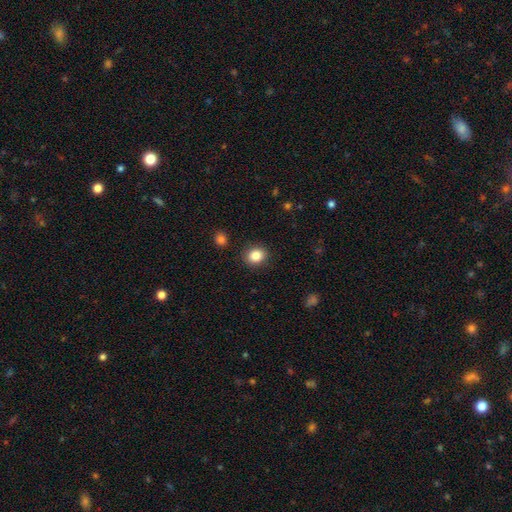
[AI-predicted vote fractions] A smooth galaxy with no disk features (86%) that is round (65%). Merging: none (89%).